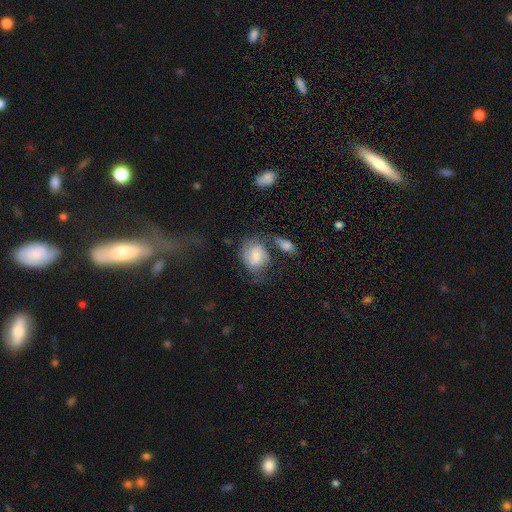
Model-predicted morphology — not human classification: Smooth or featured: smooth — 47% (featured or disk — 44%)
Merging: none — 41% (minor disturbance — 23%)